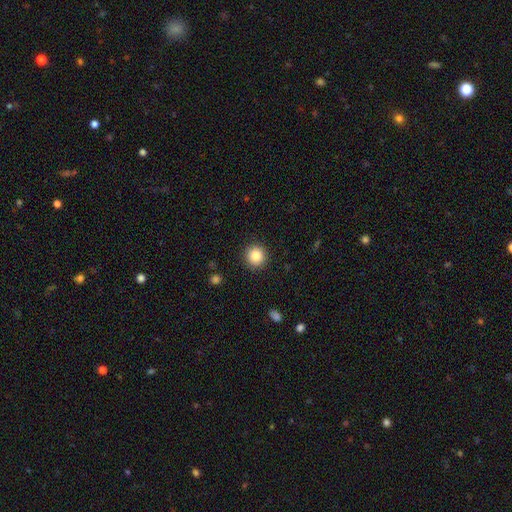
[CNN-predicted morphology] Overall: smooth (85%). How rounded: round (93%). Merging: none (91%).